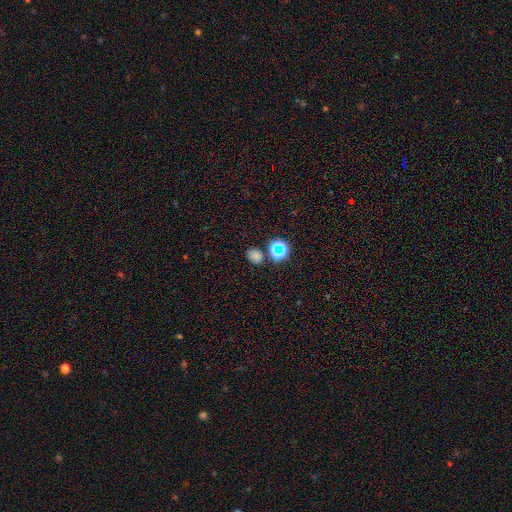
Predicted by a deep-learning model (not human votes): A smooth galaxy with no disk features (67%) that is round (52%). Merging: none (76%).